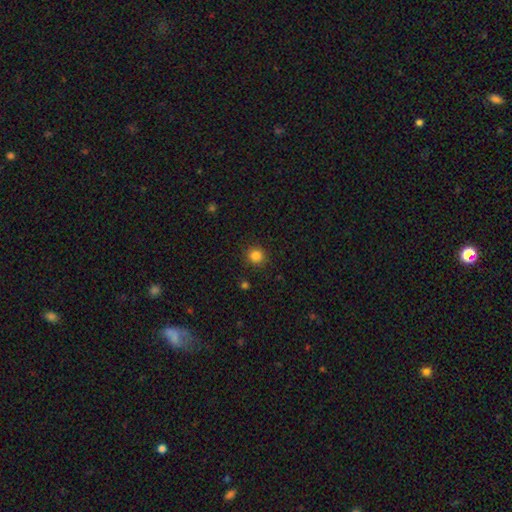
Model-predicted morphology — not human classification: This appears to be a smooth galaxy with no disk features (84%) that is round (93%). Merging: none (91%).